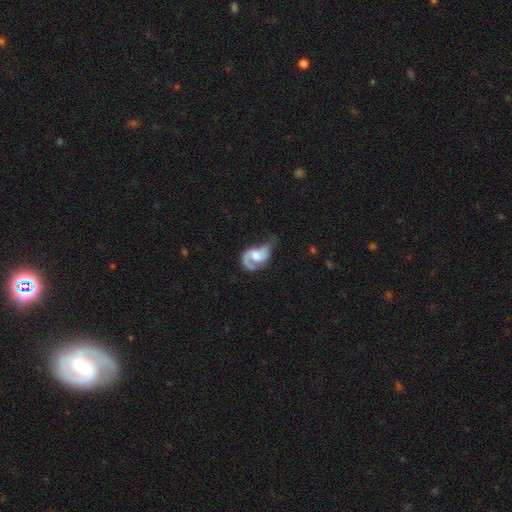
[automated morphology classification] featured or disk 76%, smooth 18%, star or artifact 6%. Down the decision tree: edge-on disk — no (97%); bar — no (55%); spiral arms — yes (91%); spiral arm count — 2 (52%); spiral winding — medium (41%); bulge size — moderate (57%); merging — major disturbance (38%).